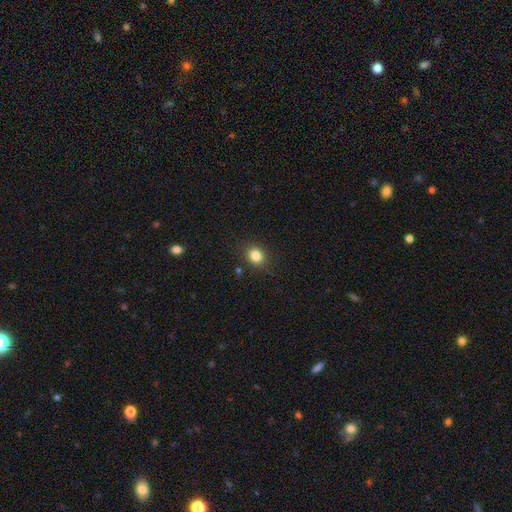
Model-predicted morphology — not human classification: Smooth or featured? smooth (83%)
How rounded? round (66%)
Merging? none (87%)